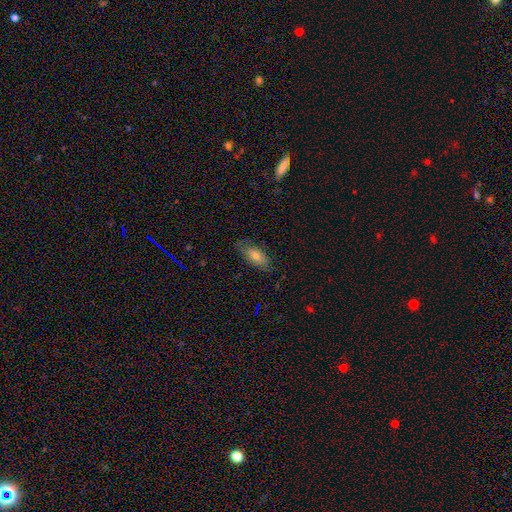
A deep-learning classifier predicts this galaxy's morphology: Smooth or featured: smooth — 66% (featured or disk — 24%)
How rounded: in between — 83% (cigar-shaped — 14%)
Merging: none — 77% (minor disturbance — 18%)